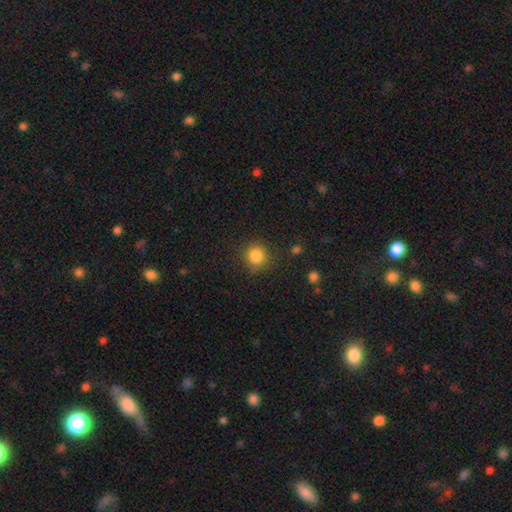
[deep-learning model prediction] Smooth or featured? smooth (85%)
How rounded? round (90%)
Merging? none (83%)